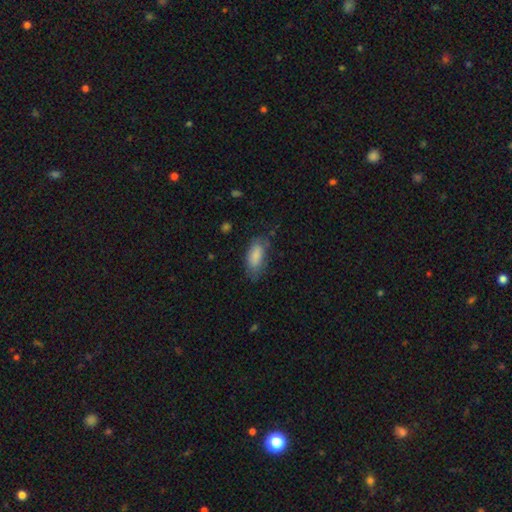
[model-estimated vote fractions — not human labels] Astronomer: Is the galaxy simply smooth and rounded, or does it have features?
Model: smooth — 83%.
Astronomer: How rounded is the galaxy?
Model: in between — 85%.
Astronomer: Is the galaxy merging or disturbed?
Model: none — 63%.